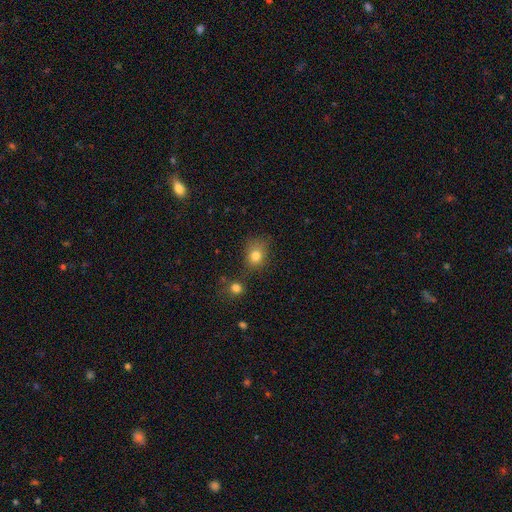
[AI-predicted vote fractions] Smooth or featured? Predicted: smooth (p=0.79). How rounded? Predicted: round (p=0.53). Merging? Predicted: none (p=0.65).